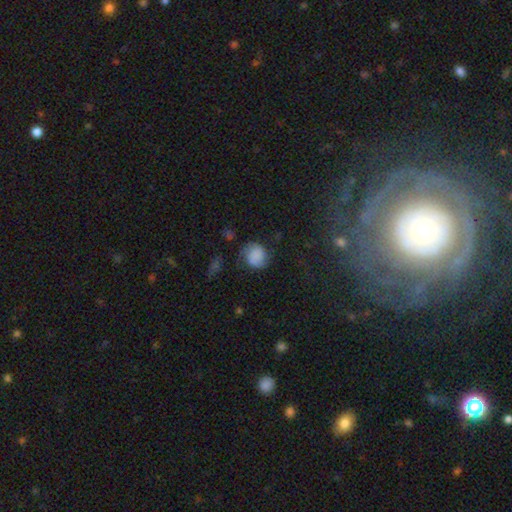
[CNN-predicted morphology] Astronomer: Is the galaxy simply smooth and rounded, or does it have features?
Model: smooth — 53% (runner-up: featured or disk, 36%).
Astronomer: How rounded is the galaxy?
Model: round — 74%.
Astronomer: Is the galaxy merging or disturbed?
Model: none — 56%.